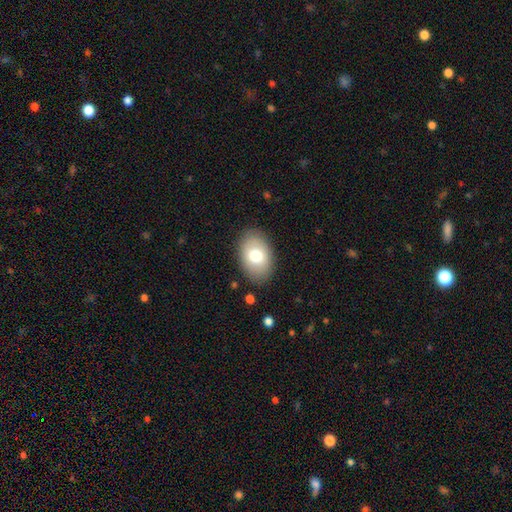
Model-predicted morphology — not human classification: Smooth or featured? Predicted: smooth (p=0.73). How rounded? Predicted: in between (p=0.87). Merging? Predicted: none (p=0.85).